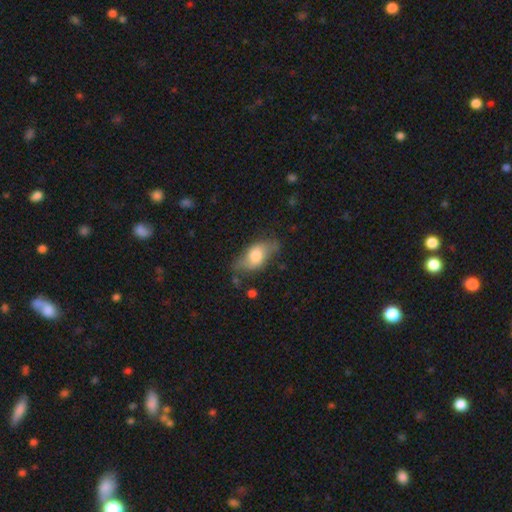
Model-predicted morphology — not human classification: Overall: smooth (63%; featured or disk 30%). How rounded: in between (87%). Merging: none (61%; minor disturbance 27%).